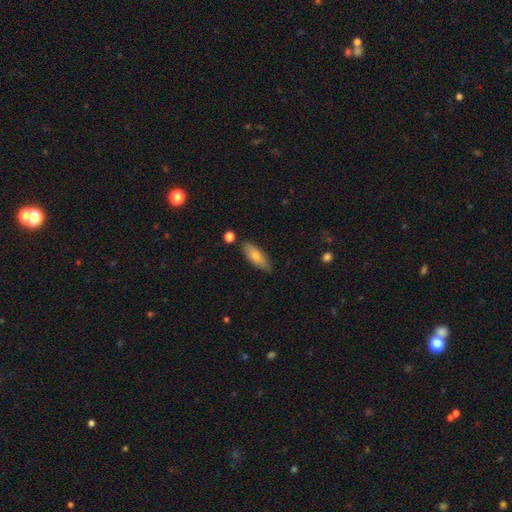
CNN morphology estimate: Smooth or featured?
  - smooth: 73% *
  - featured or disk: 21%
  - star or artifact: 6%
How rounded?
  - in between: 64% *
  - cigar-shaped: 33%
  - round: 2%
Merging?
  - none: 79% *
  - minor disturbance: 15%
  - merger: 3%
  - major disturbance: 3%